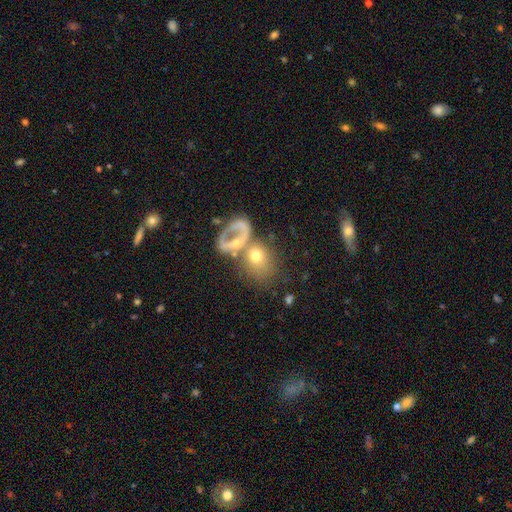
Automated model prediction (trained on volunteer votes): A smooth galaxy with no disk features (50%). Merging: merger (46%).